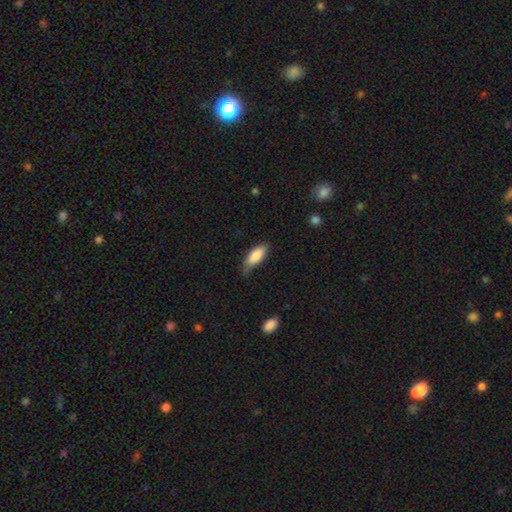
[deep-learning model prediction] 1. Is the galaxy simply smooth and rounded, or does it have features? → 84% smooth, 10% featured or disk, 6% star or artifact.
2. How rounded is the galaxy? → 78% in between, 20% cigar-shaped, 2% round.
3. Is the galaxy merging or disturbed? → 58% none, 34% minor disturbance, 6% major disturbance, 2% merger.